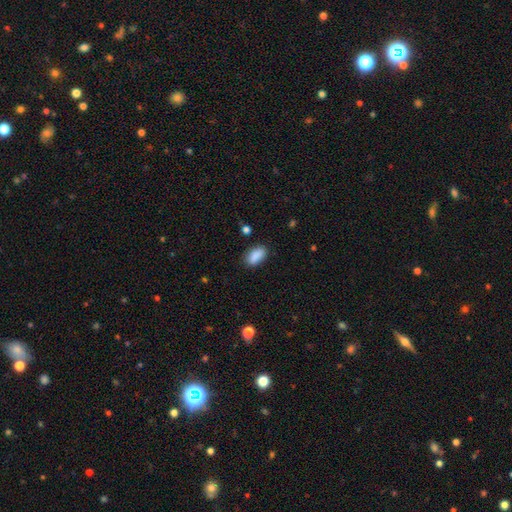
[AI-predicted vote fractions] Smooth or featured? smooth (88%)
How rounded? in between (91%)
Merging? none (82%)